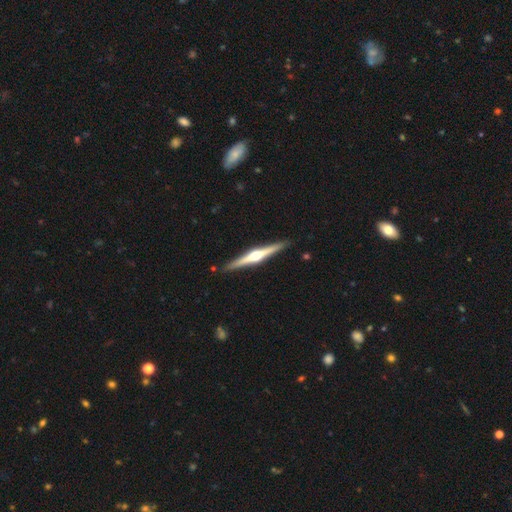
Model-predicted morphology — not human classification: Q: Smooth or featured?
A: featured or disk (81%); runner-up: smooth (15%)
Q: Edge-on disk?
A: yes (98%); runner-up: no (2%)
Q: Edge-on bulge?
A: rounded (95%); runner-up: boxy (3%)
Q: Merging?
A: none (91%); runner-up: minor disturbance (7%)